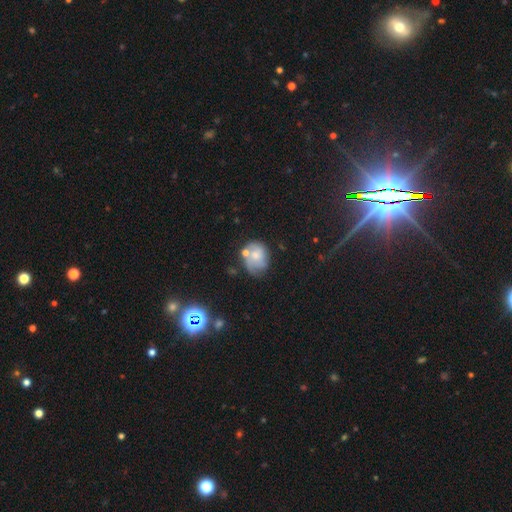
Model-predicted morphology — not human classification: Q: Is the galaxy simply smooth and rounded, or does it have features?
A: smooth — 49%.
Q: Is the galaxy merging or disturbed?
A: none — 46%.